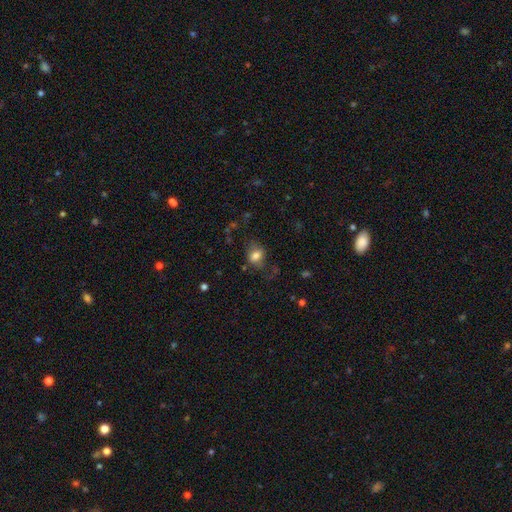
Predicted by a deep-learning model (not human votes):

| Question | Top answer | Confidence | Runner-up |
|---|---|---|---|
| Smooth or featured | smooth | 77% | featured or disk (13%) |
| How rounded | in between | 64% | round (35%) |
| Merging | none | 62% | minor disturbance (23%) |